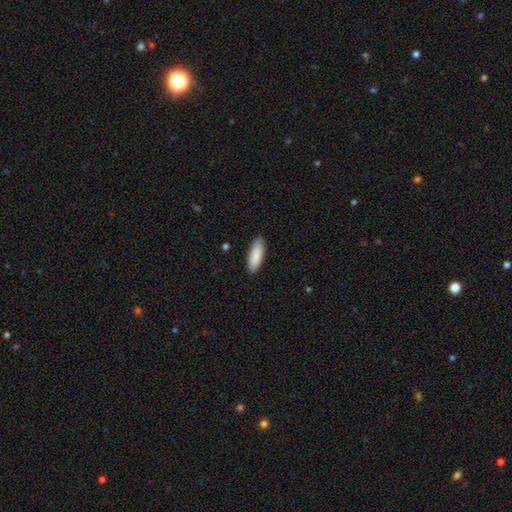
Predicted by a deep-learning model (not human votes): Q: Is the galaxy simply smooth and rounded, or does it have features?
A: smooth — 88%.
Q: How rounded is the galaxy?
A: in between — 66%.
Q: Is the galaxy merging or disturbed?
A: none — 87%.